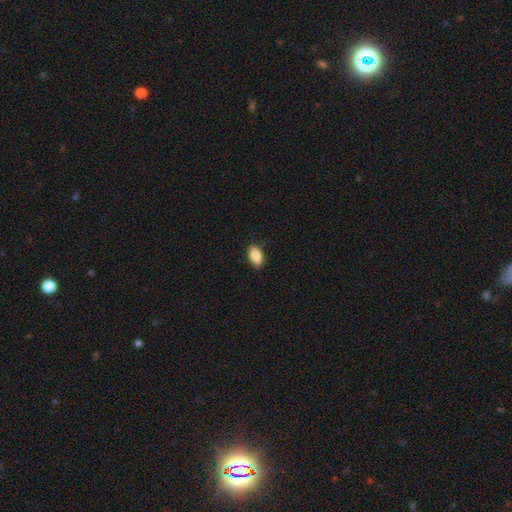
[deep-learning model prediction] Smooth or featured: smooth — 88% (star or artifact — 7%)
How rounded: in between — 92% (round — 5%)
Merging: none — 88% (minor disturbance — 9%)